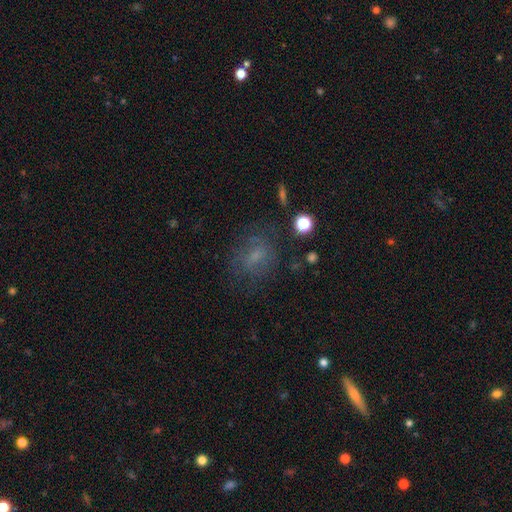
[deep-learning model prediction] A smooth galaxy with no disk features (47%). Merging: none (66%).